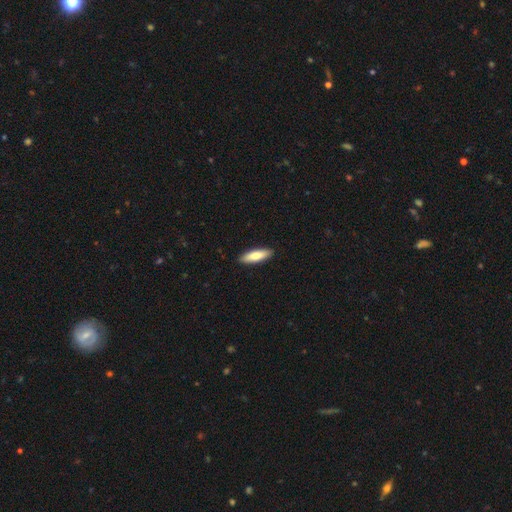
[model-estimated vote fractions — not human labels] Smooth or featured?
  - smooth: 77% *
  - featured or disk: 18%
  - star or artifact: 5%
How rounded?
  - cigar-shaped: 54% *
  - in between: 44%
  - round: 2%
Merging?
  - none: 91% *
  - minor disturbance: 7%
  - major disturbance: 1%
  - merger: 1%